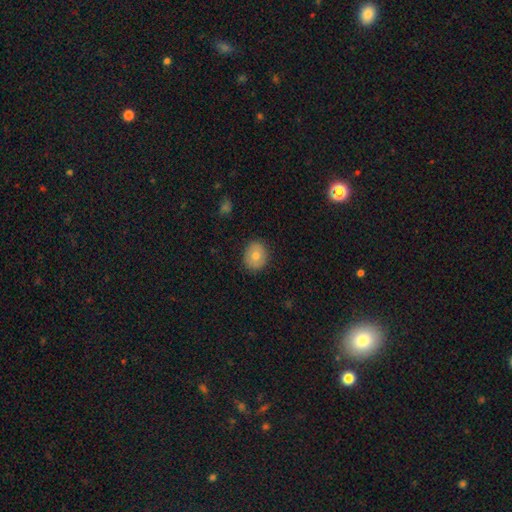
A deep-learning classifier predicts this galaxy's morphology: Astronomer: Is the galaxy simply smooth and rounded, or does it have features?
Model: smooth — 76%.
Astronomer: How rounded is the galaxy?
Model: round — 68%.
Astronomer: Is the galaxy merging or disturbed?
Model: none — 86%.